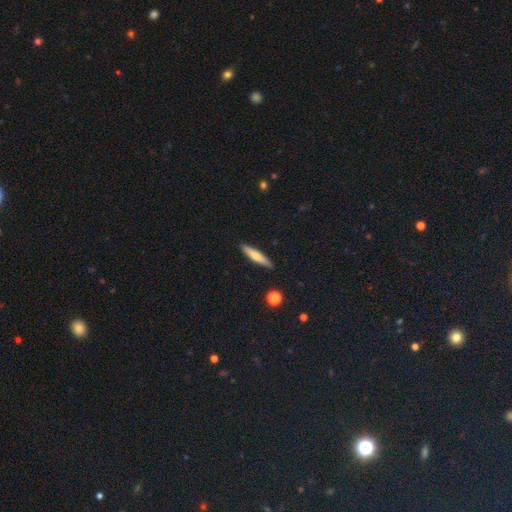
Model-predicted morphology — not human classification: This is likely a smooth galaxy (63%). How rounded: clearly cigar-shaped (85%). Merging: clearly none (89%).